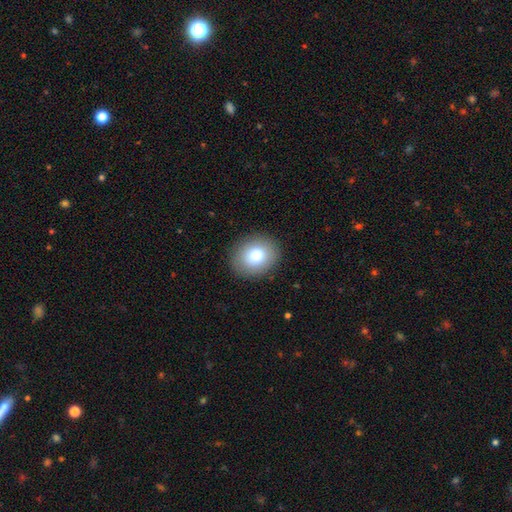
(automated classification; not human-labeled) A smooth galaxy with no disk features (79%) that is round (64%). Merging: none (89%).